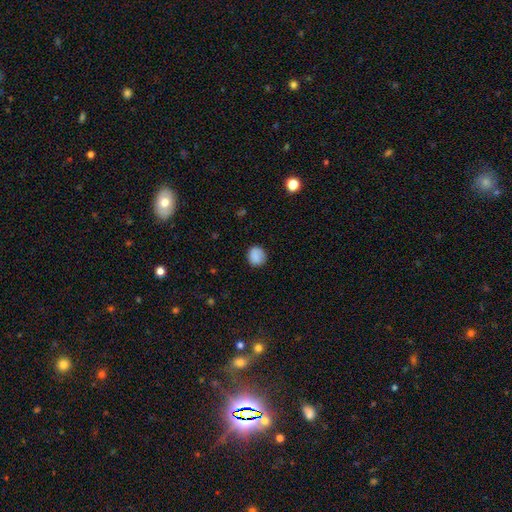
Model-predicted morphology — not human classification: This is clearly a smooth galaxy (83%). How rounded: clearly round (81%). Merging: clearly none (81%).